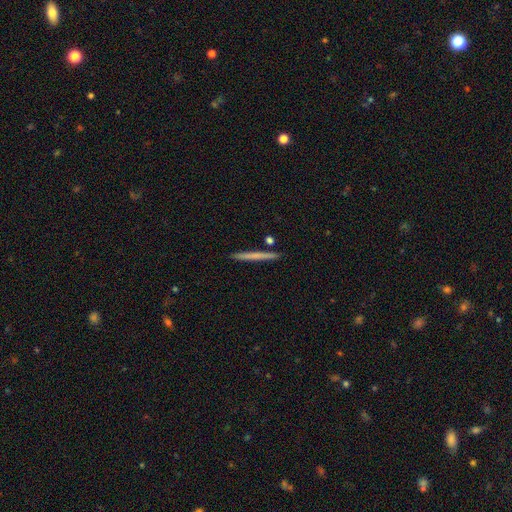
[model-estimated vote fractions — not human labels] The model was most divided on "smooth or featured": smooth: 58%, featured or disk: 36%, star or artifact: 6%. More confident: how rounded — cigar-shaped (97%); merging — none (91%).